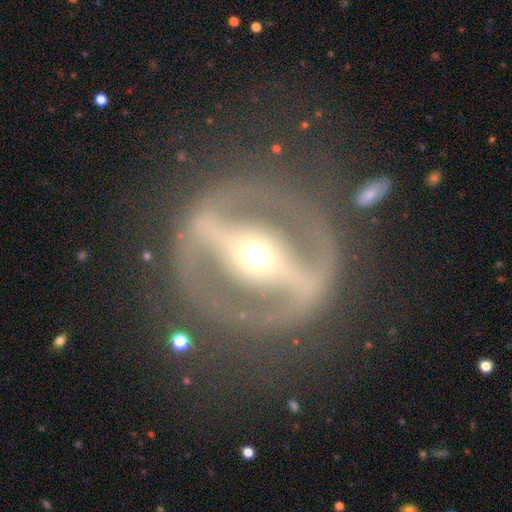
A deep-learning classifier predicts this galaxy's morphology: A featured or disk galaxy (85%) with a strong bar (84%), no spiral arms (65%) and a small central bulge (55%).

Vote fractions:
- Smooth or featured? featured or disk: 85% / smooth: 9% / star or artifact: 7%
- Edge-on disk? no: 83% / yes: 17%
- Bar? strong: 84% / weak: 9% / no: 7%
- Spiral arms? no: 65% / yes: 35%
- Bulge size? small: 55% / moderate: 39% / large: 3% / dominant: 2% / none: 1%
- Merging? none: 74% / major disturbance: 13% / minor disturbance: 11% / merger: 2%